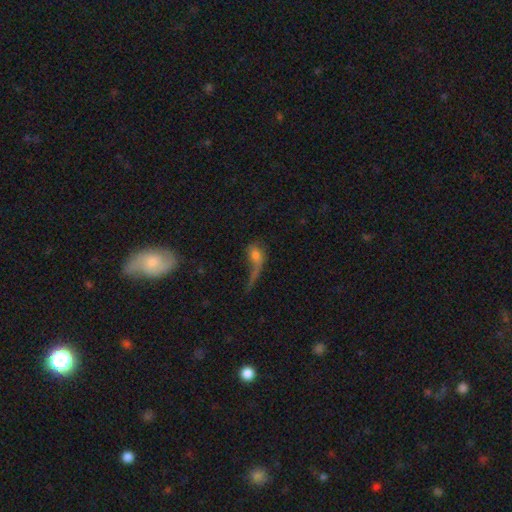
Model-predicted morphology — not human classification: Smooth or featured?
  - smooth: 51% *
  - featured or disk: 35%
  - star or artifact: 14%
How rounded?
  - in between: 66% *
  - round: 22%
  - cigar-shaped: 11%
Merging?
  - major disturbance: 58% *
  - none: 18%
  - minor disturbance: 13%
  - merger: 12%